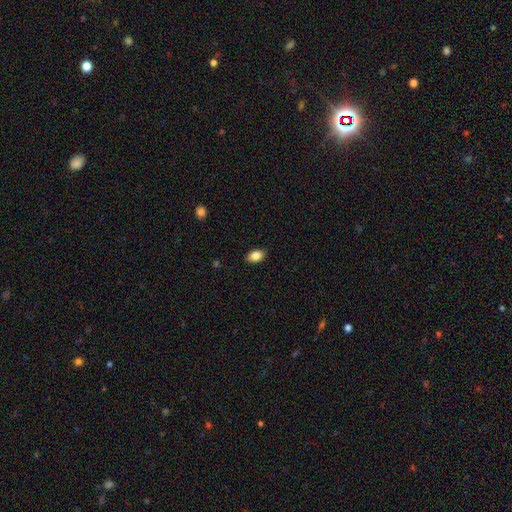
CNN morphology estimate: Q: Smooth or featured?
A: smooth (85%); runner-up: star or artifact (8%)
Q: How rounded?
A: in between (88%); runner-up: round (10%)
Q: Merging?
A: none (87%); runner-up: minor disturbance (10%)